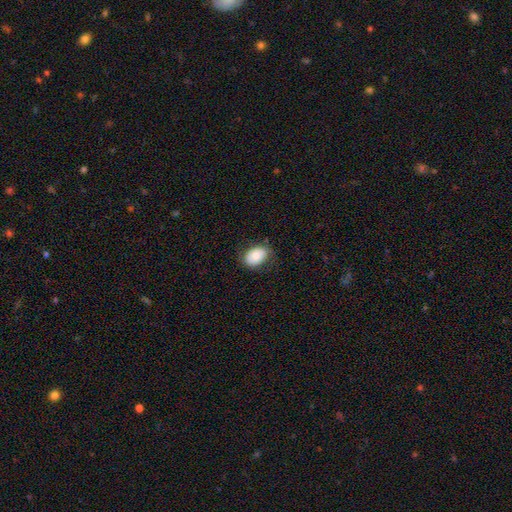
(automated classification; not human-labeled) A smooth galaxy with no disk features (81%) that is in between round and cigar-shaped (82%).

Vote fractions:
- Smooth or featured? smooth: 81% / featured or disk: 12% / star or artifact: 7%
- How rounded? in between: 82% / round: 17% / cigar-shaped: 1%
- Merging? none: 74% / minor disturbance: 19% / major disturbance: 5% / merger: 1%